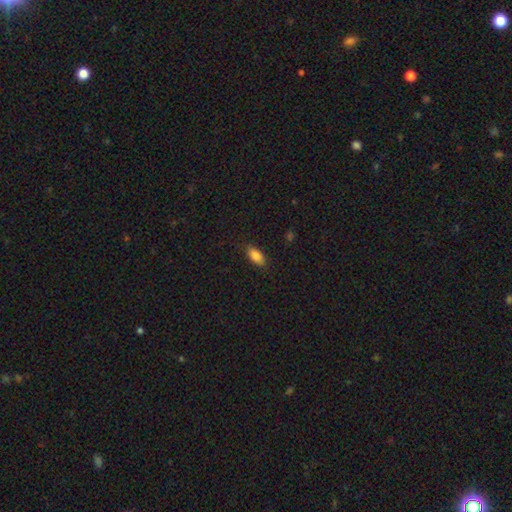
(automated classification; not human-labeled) Smooth or featured? Predicted: smooth (p=0.87). How rounded? Predicted: in between (p=0.89). Merging? Predicted: none (p=0.83).